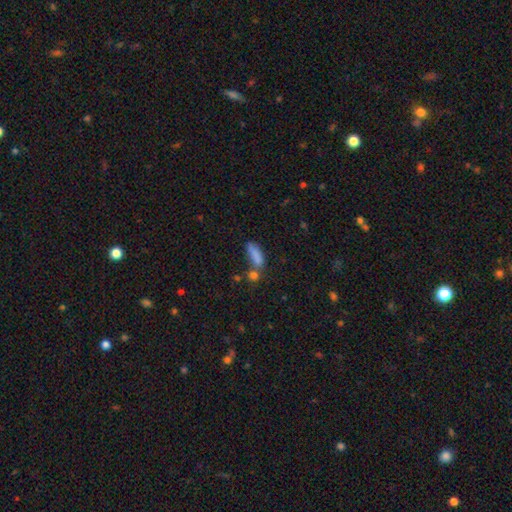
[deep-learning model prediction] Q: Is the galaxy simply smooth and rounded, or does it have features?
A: smooth — 79%.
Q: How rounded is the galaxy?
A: in between — 57%.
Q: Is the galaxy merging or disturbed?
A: none — 42%.